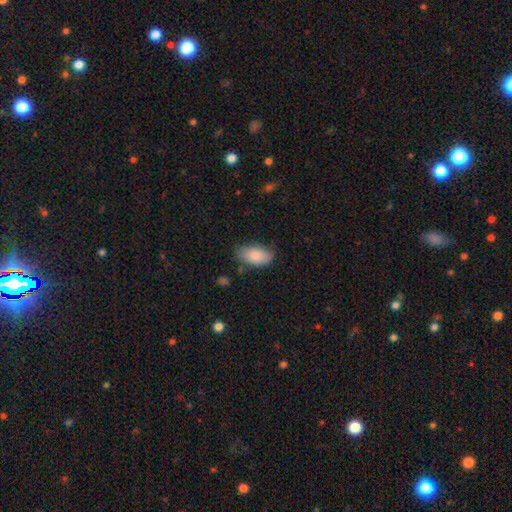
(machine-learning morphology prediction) This is clearly a smooth galaxy (86%). How rounded: clearly in between (94%). Merging: likely none (68%).